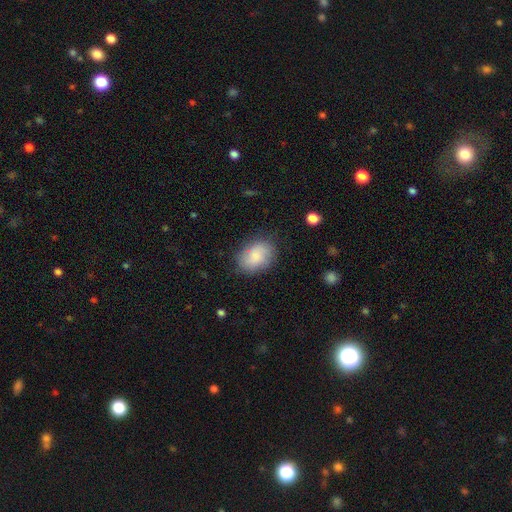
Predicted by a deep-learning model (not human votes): Smooth or featured: smooth — 79% (featured or disk — 14%)
How rounded: in between — 78% (round — 21%)
Merging: none — 75% (minor disturbance — 18%)